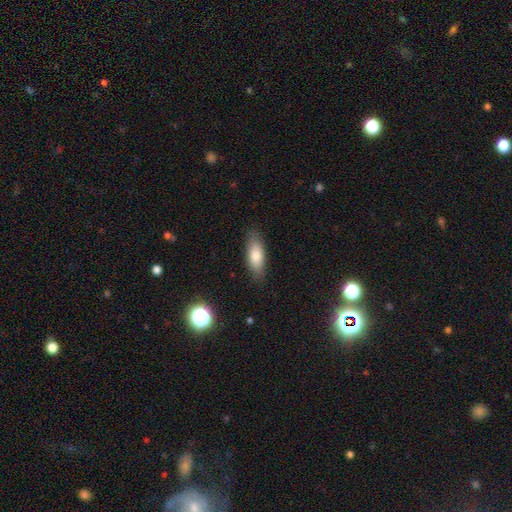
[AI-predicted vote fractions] Overall: smooth (79%). How rounded: in between (70%). Merging: none (85%).